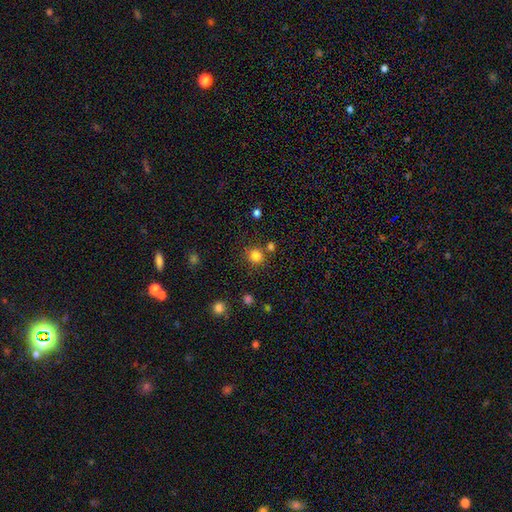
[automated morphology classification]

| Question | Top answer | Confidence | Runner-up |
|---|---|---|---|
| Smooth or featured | smooth | 82% | star or artifact (13%) |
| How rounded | round | 91% | in between (8%) |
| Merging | none | 80% | merger (9%) |